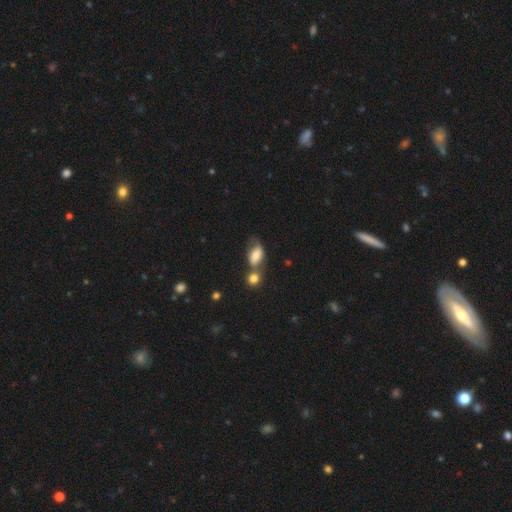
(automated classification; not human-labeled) Smooth or featured? smooth (74%)
How rounded? in between (86%)
Merging? merger (43%)